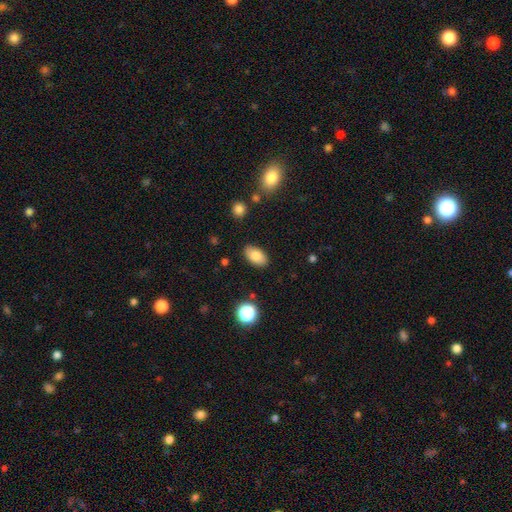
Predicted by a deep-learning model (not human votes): Smooth or featured?
  - smooth: 80% *
  - featured or disk: 12%
  - star or artifact: 8%
How rounded?
  - in between: 92% *
  - round: 6%
  - cigar-shaped: 2%
Merging?
  - none: 86% *
  - minor disturbance: 10%
  - major disturbance: 2%
  - merger: 2%